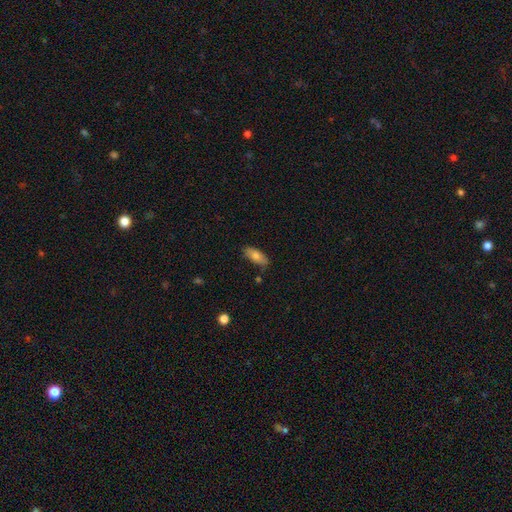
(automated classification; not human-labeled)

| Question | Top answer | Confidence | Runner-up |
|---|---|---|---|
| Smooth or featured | smooth | 75% | featured or disk (18%) |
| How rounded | in between | 81% | cigar-shaped (16%) |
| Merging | none | 83% | minor disturbance (13%) |